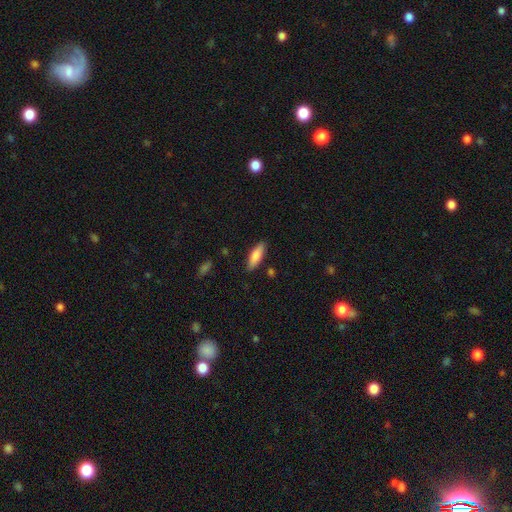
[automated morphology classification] type=smooth (82%); roundness=in between (57%); merging=none (86%).